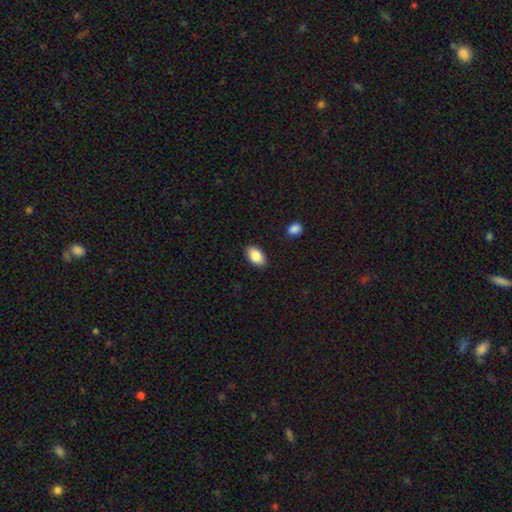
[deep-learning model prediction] This is clearly a smooth galaxy (86%). How rounded: clearly in between (92%). Merging: clearly none (88%).